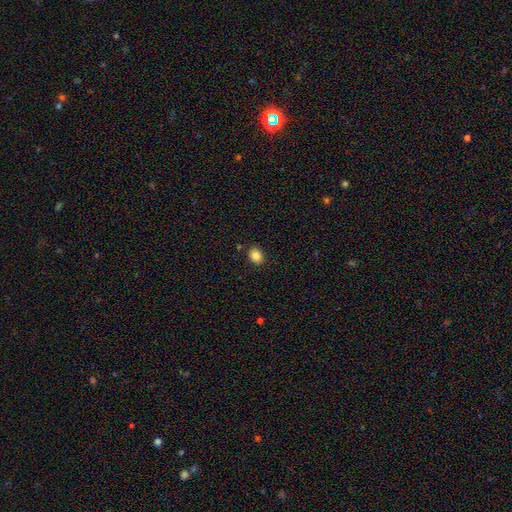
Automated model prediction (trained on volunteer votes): A smooth galaxy with no disk features (85%) that is round (54%).

Vote fractions:
- Smooth or featured? smooth: 85% / star or artifact: 10% / featured or disk: 5%
- How rounded? round: 54% / in between: 46% / cigar-shaped: 1%
- Merging? none: 88% / minor disturbance: 8% / merger: 2% / major disturbance: 2%